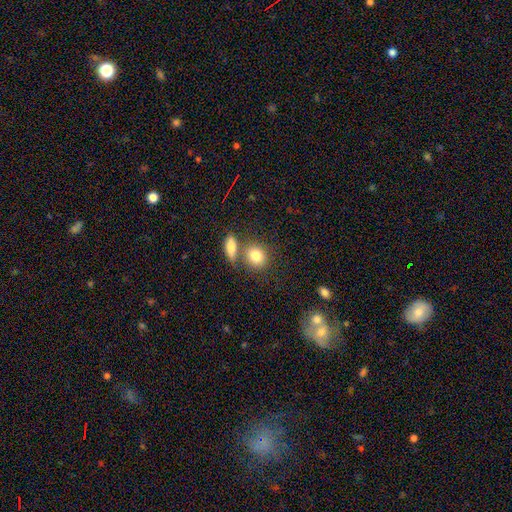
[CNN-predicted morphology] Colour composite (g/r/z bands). It shows a smooth galaxy with no disk features (82%) that is round (66%). Merging: none (60%).